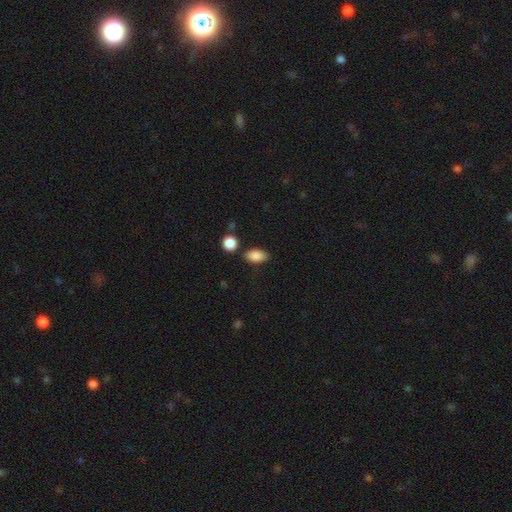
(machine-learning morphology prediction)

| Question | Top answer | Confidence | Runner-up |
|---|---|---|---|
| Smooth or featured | smooth | 87% | star or artifact (8%) |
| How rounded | in between | 90% | round (7%) |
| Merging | none | 78% | minor disturbance (13%) |